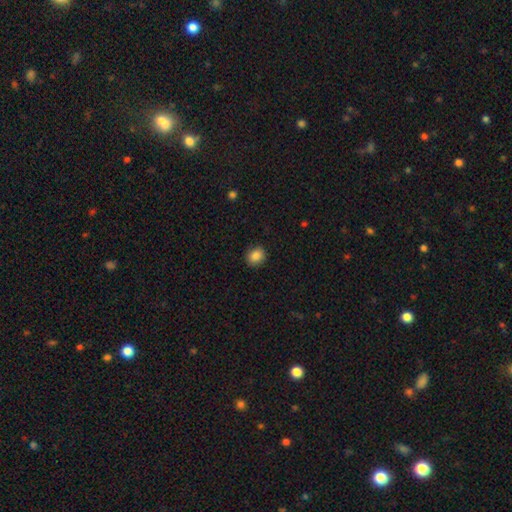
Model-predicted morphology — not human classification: Overall: smooth (87%). How rounded: round (59%; in between 40%). Merging: none (88%).